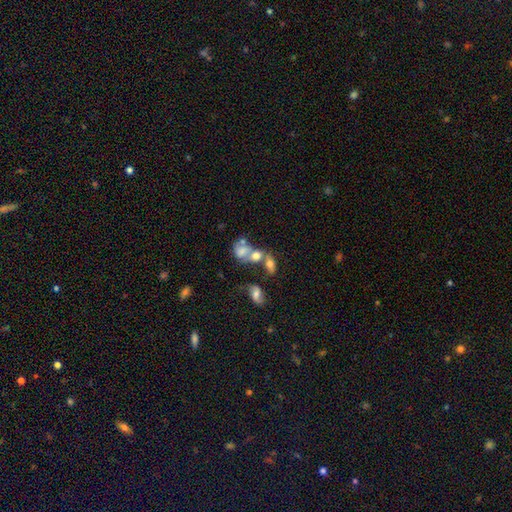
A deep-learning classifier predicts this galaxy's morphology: smooth_or_featured: smooth (p=0.53) [alt: featured or disk p=0.33]
how_rounded: in between (p=0.69) [alt: round p=0.29]
merging: merger (p=0.56) [alt: none p=0.20]